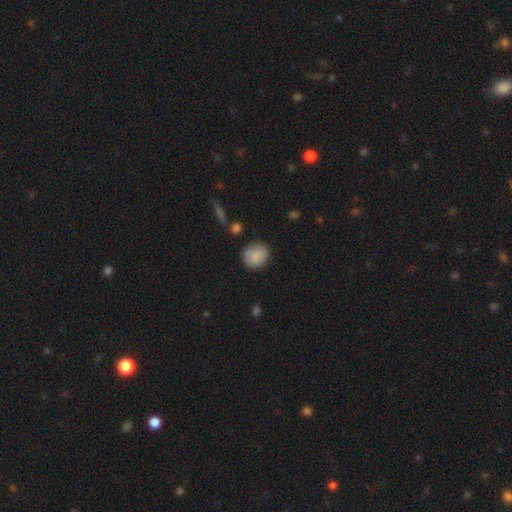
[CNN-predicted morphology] The model was most divided on "how rounded": round: 71%, in between: 27%, cigar-shaped: 1%. More confident: smooth or featured — smooth (86%); merging — none (78%).